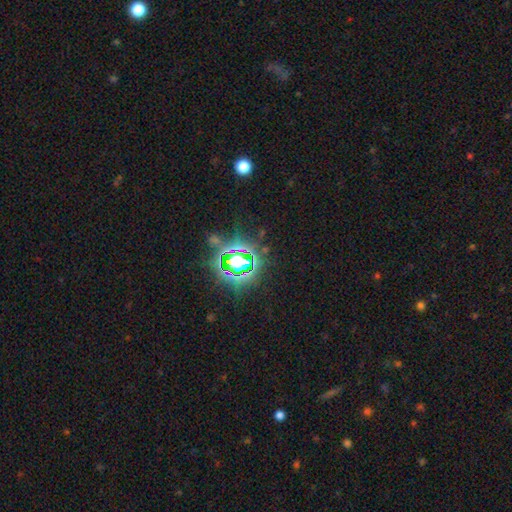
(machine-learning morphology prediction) Smooth or featured?
  - star or artifact: 80% *
  - smooth: 12%
  - featured or disk: 7%